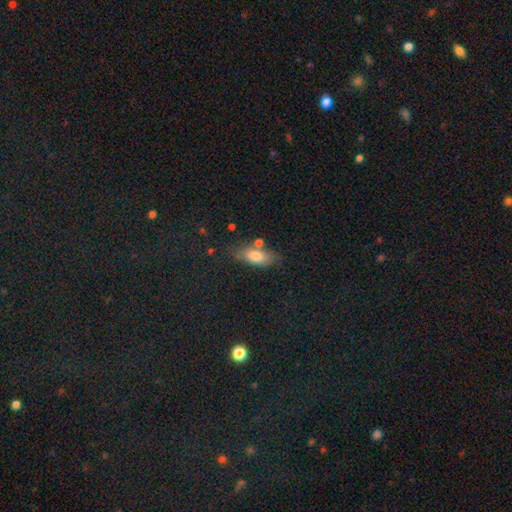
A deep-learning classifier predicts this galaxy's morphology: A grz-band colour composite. It shows a smooth galaxy with no disk features (77%) that is in between round and cigar-shaped (83%). Merging: none (64%).